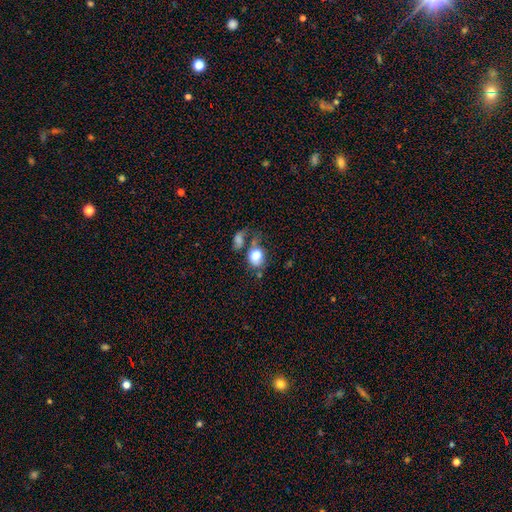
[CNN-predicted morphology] Smooth or featured? Predicted: smooth (p=0.77). How rounded? Predicted: round (p=0.50). Merging? Predicted: none (p=0.36).